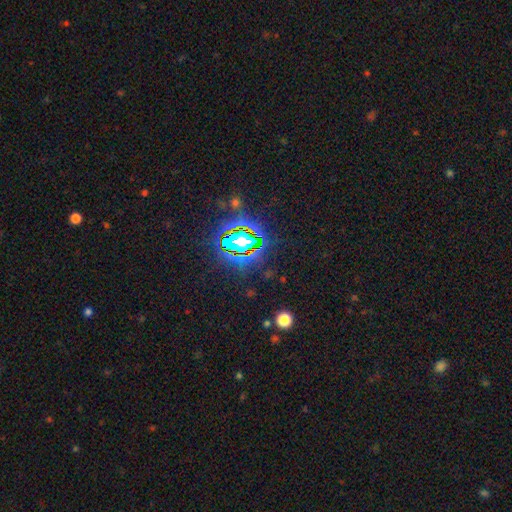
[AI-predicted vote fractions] This appears to be a star or artifact, not a galaxy (82%).